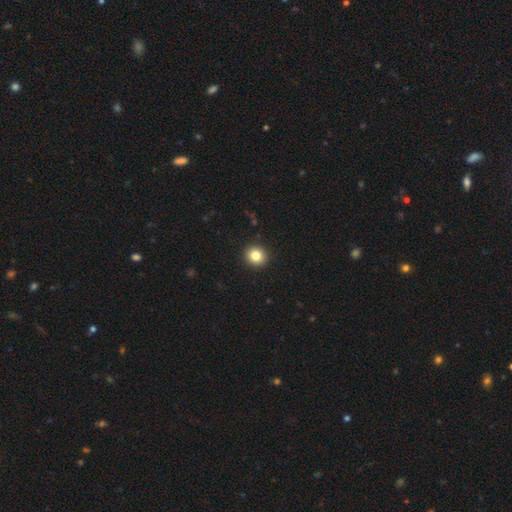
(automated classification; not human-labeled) Smooth or featured: smooth — 84% (star or artifact — 10%)
How rounded: round — 88% (in between — 11%)
Merging: none — 93% (minor disturbance — 5%)